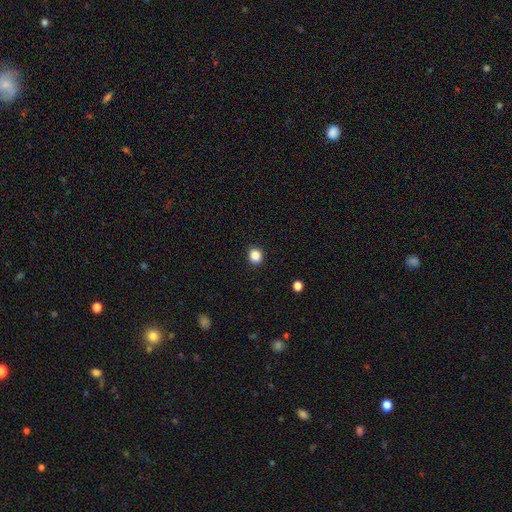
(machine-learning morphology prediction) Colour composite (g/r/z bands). It shows a smooth galaxy with no disk features (86%) that is round (80%). Merging: none (91%).